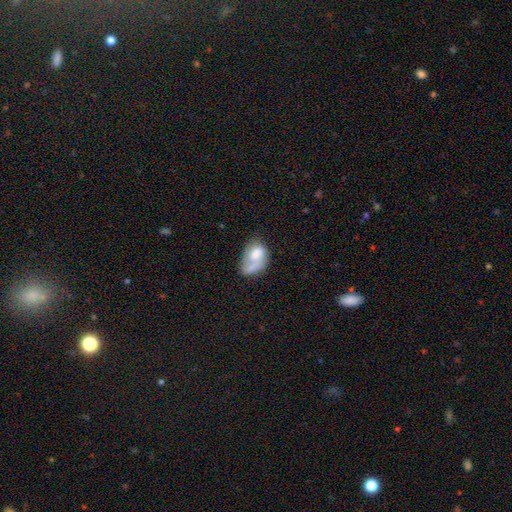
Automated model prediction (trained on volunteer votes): Smooth or featured: smooth — 55% (featured or disk — 38%)
How rounded: in between — 84% (round — 14%)
Merging: none — 29% (major disturbance — 25%)